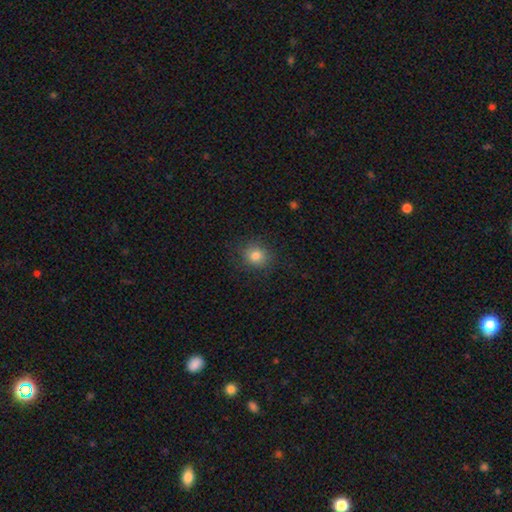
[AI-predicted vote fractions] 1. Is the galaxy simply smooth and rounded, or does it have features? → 81% smooth, 12% star or artifact, 7% featured or disk.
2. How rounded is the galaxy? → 80% round, 19% in between, 1% cigar-shaped.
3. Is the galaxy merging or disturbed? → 85% none, 10% minor disturbance, 4% major disturbance, 1% merger.